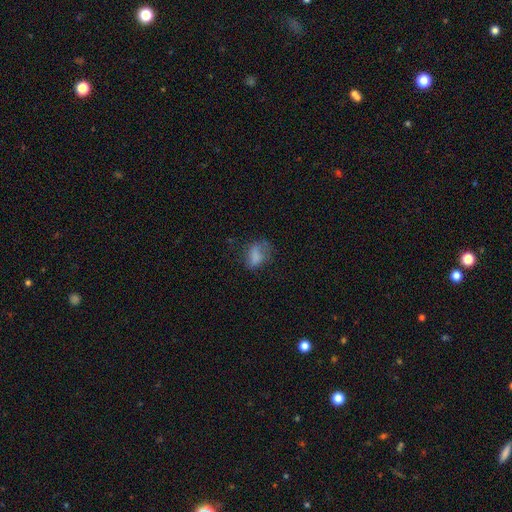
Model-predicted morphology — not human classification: A smooth galaxy with no disk features (69%) that is in between round and cigar-shaped (78%).

Vote fractions:
- Smooth or featured? smooth: 69% / featured or disk: 19% / star or artifact: 12%
- How rounded? in between: 78% / round: 18% / cigar-shaped: 4%
- Merging? none: 45% / minor disturbance: 28% / major disturbance: 24% / merger: 3%